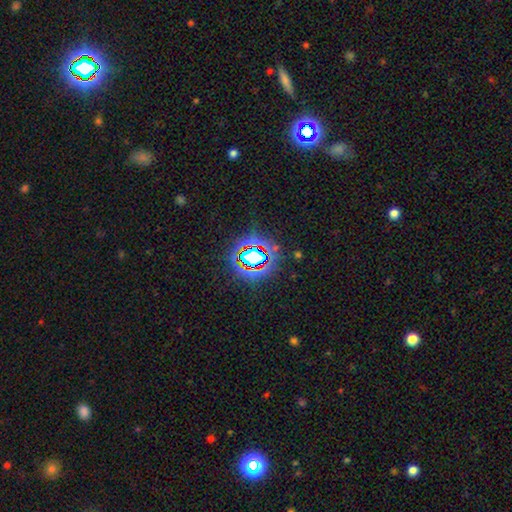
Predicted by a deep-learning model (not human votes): A star or artifact, not a galaxy (69%).

Vote fractions:
- Smooth or featured? star or artifact: 69% / smooth: 20% / featured or disk: 12%